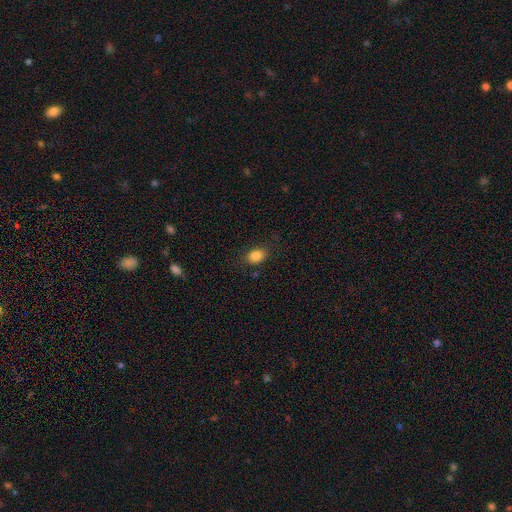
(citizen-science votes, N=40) Volunteers were most divided on "smooth or featured": smooth: 72%, featured or disk: 15%, star or artifact: 12%. More confident: merging — none (86%); how rounded — in between (79%).